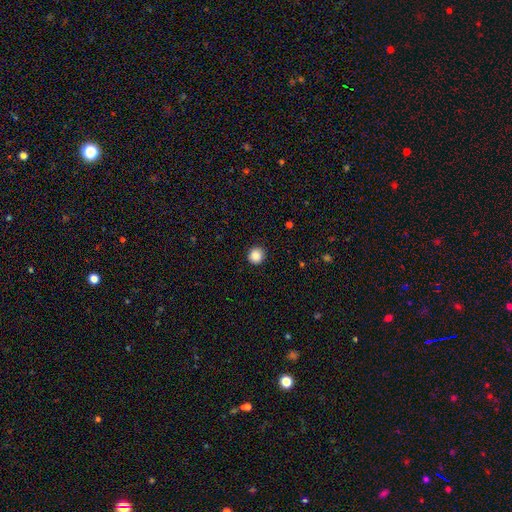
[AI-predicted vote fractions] This appears to be a smooth galaxy with no disk features (87%) that is round (93%). Merging: none (91%).